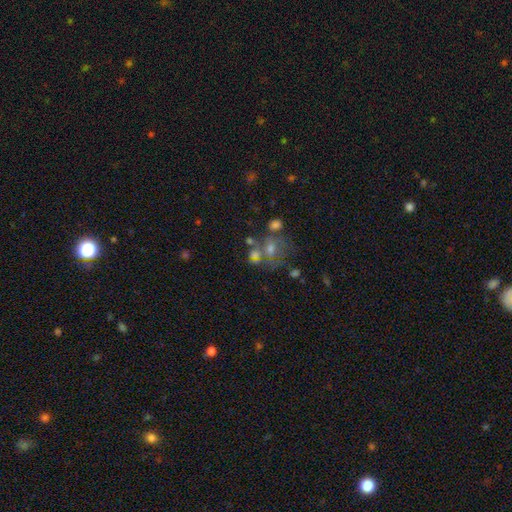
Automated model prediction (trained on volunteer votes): Overall: smooth (41%; featured or disk 38%). Merging: none (38%; merger 28%).